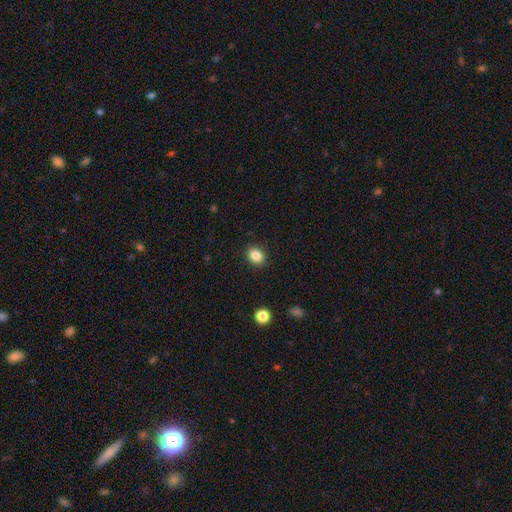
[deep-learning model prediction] Smooth or featured? Predicted: smooth (p=0.85). How rounded? Predicted: in between (p=0.51). Merging? Predicted: none (p=0.90).